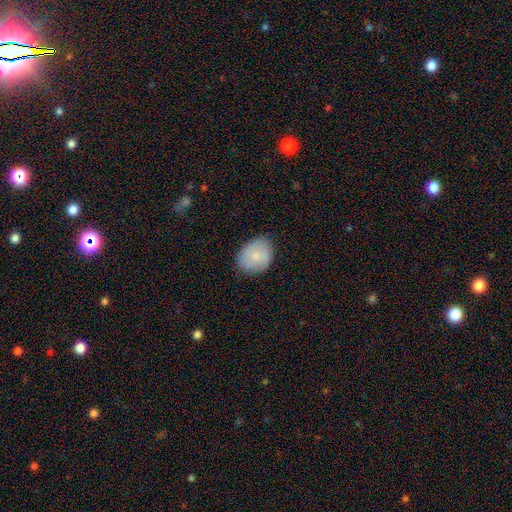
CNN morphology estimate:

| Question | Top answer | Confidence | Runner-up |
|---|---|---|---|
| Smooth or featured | smooth | 76% | featured or disk (17%) |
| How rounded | in between | 54% | round (45%) |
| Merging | none | 78% | minor disturbance (18%) |